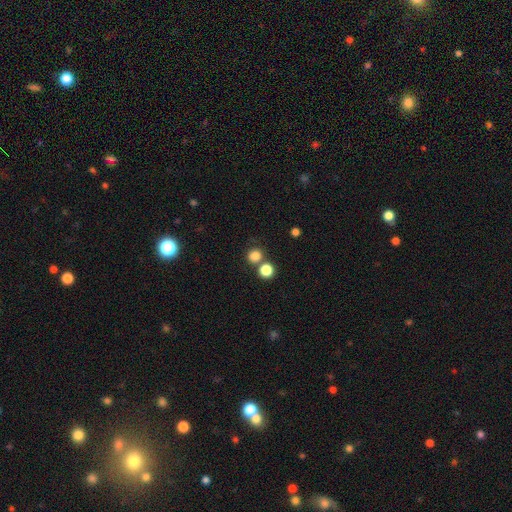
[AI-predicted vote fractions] Smooth or featured: smooth — 81% (star or artifact — 14%)
How rounded: round — 81% (in between — 18%)
Merging: none — 63% (merger — 24%)